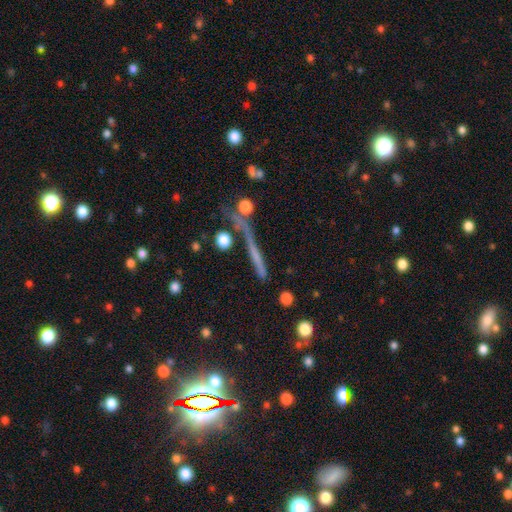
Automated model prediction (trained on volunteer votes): smooth_or_featured: featured or disk (p=0.41) [alt: smooth p=0.38]
merging: none (p=0.70) [alt: minor disturbance p=0.13]